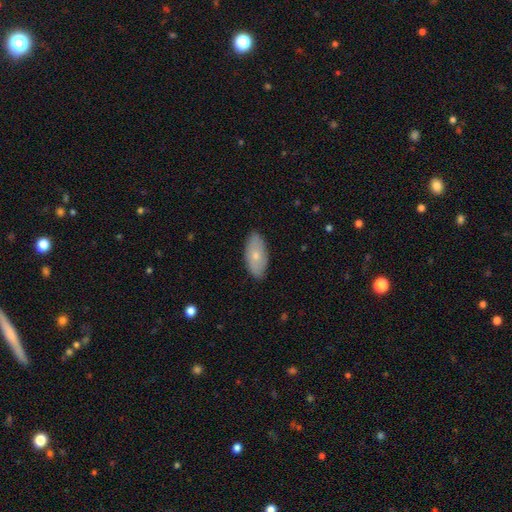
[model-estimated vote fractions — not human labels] A smooth galaxy with no disk features (68%) that is in between round and cigar-shaped (92%).

Vote fractions:
- Smooth or featured? smooth: 68% / featured or disk: 26% / star or artifact: 6%
- How rounded? in between: 92% / cigar-shaped: 4% / round: 3%
- Merging? none: 86% / minor disturbance: 11% / major disturbance: 2% / merger: 1%